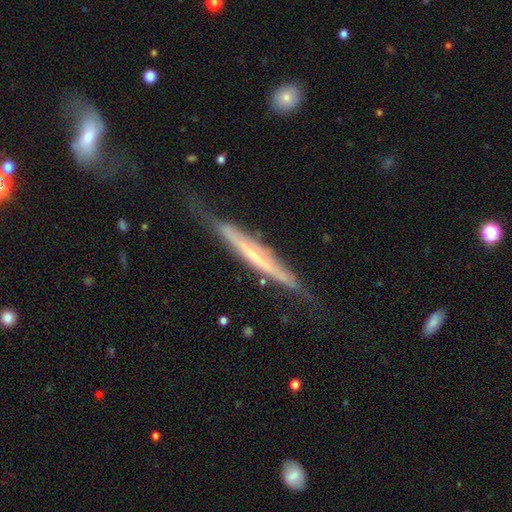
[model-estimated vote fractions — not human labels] Morphology: type=featured or disk (69%); edge-on=yes (92%); edge-on bulge=none (62%); merging=none (68%).